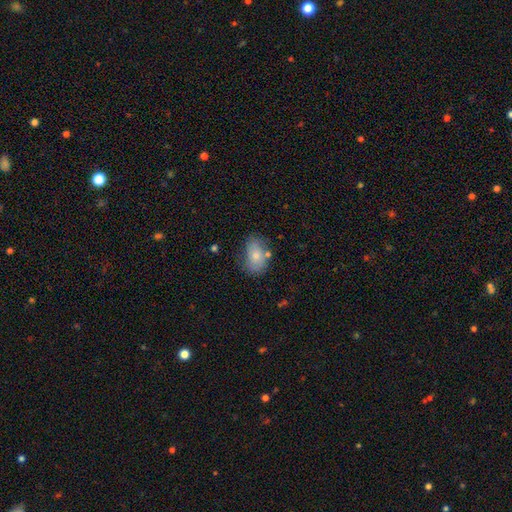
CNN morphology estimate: A smooth galaxy with no disk features (74%) that is in between round and cigar-shaped (85%).

Vote fractions:
- Smooth or featured? smooth: 74% / featured or disk: 19% / star or artifact: 7%
- How rounded? in between: 85% / round: 14% / cigar-shaped: 1%
- Merging? none: 62% / minor disturbance: 24% / merger: 8% / major disturbance: 7%